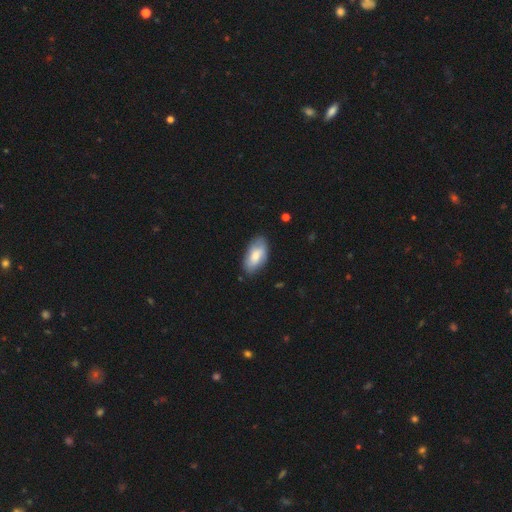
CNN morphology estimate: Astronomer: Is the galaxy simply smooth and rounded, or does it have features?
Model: smooth — 74%.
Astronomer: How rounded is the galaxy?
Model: in between — 94%.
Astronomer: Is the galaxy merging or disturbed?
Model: none — 77%.